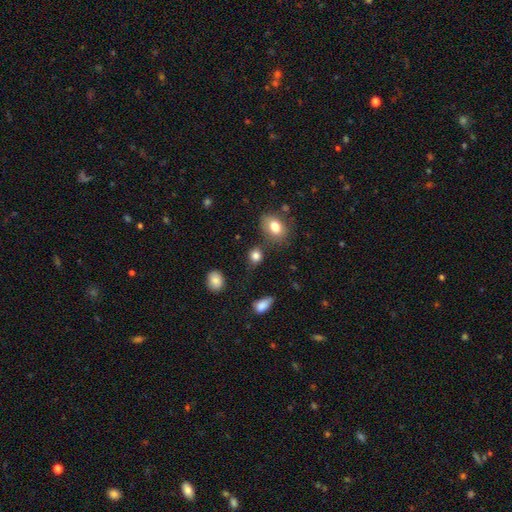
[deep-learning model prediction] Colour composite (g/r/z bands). It shows a smooth galaxy with no disk features (82%) that is round (67%). Merging: none (69%).